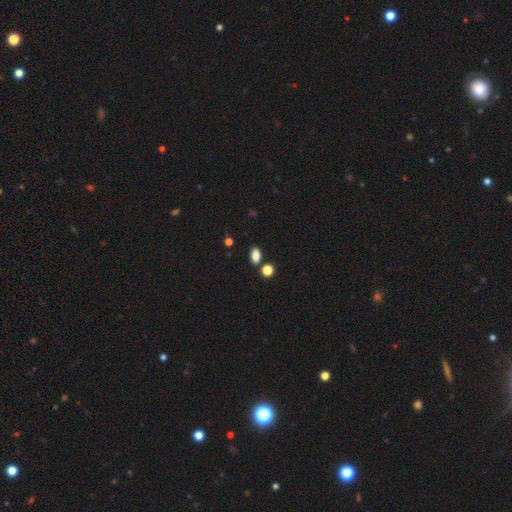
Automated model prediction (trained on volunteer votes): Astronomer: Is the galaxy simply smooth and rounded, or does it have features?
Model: smooth — 84%.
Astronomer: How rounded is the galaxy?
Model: in between — 87%.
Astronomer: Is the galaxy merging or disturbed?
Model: none — 78%.